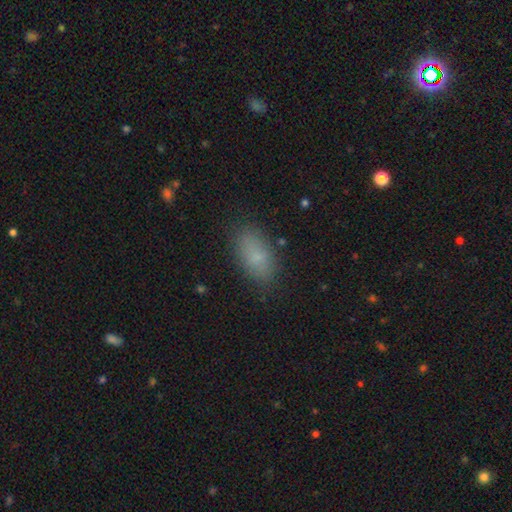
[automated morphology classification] smooth_or_featured: smooth (p=0.80) [alt: star or artifact p=0.11]
how_rounded: in between (p=0.91) [alt: round p=0.05]
merging: none (p=0.83) [alt: minor disturbance p=0.12]